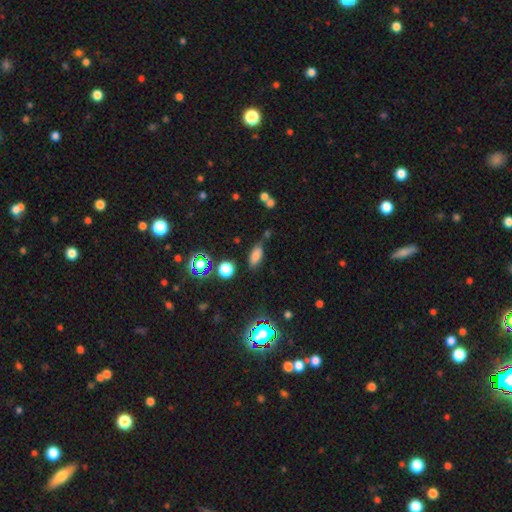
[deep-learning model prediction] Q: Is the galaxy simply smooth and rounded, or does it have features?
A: smooth — 74%.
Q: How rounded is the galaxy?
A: in between — 82%.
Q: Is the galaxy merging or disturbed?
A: none — 69%.